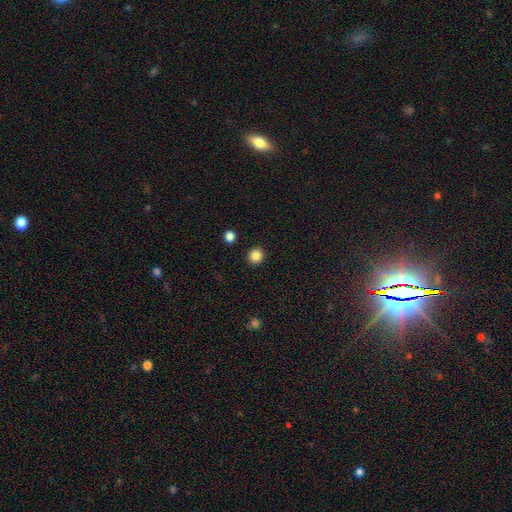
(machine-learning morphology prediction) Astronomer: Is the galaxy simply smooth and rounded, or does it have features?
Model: smooth — 86%.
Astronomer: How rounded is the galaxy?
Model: round — 91%.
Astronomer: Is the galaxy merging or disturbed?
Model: none — 92%.